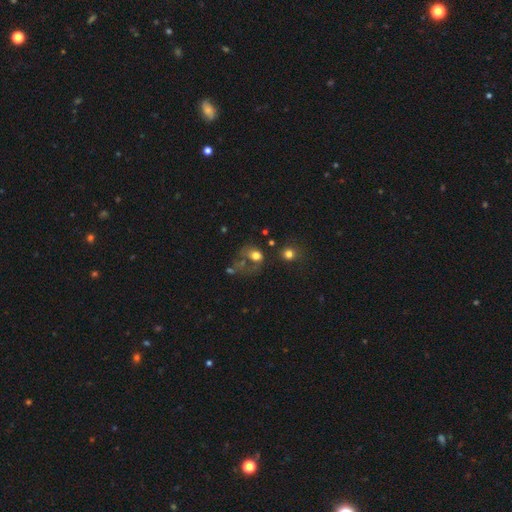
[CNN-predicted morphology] A smooth galaxy with no disk features (62%) that is round (54%). Merging: major disturbance (35%).